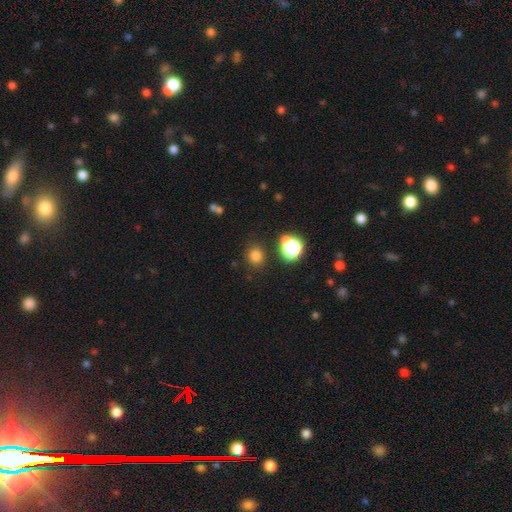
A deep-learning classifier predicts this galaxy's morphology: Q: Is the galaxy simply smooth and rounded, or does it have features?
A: smooth — 77%.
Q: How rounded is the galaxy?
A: round — 82%.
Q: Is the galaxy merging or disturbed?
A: none — 85%.